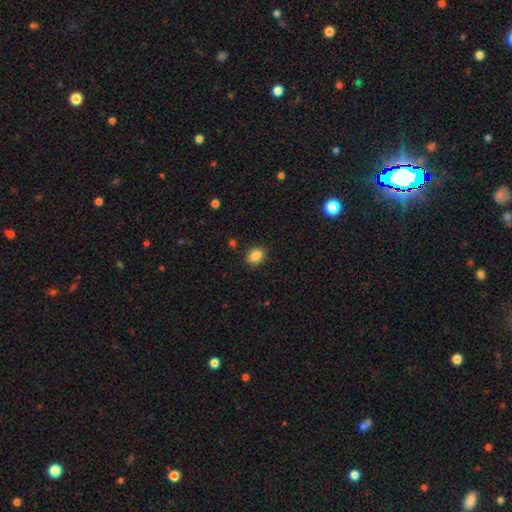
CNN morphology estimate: smooth-or-featured: smooth: 86% | star or artifact: 9% | featured or disk: 5%
  how-rounded: in between: 62% | round: 37% | cigar-shaped: 1%
  merging: none: 85% | minor disturbance: 11% | major disturbance: 2% | merger: 2%